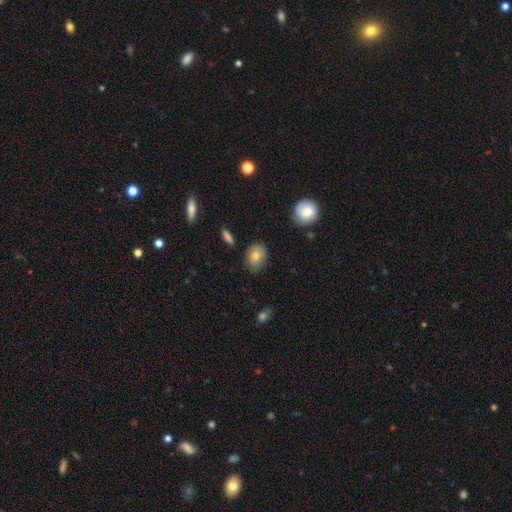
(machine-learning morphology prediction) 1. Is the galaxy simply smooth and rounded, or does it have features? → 78% smooth, 13% featured or disk, 8% star or artifact.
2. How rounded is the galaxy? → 63% in between, 35% round, 1% cigar-shaped.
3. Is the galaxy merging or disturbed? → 79% none, 16% minor disturbance, 3% major disturbance, 2% merger.